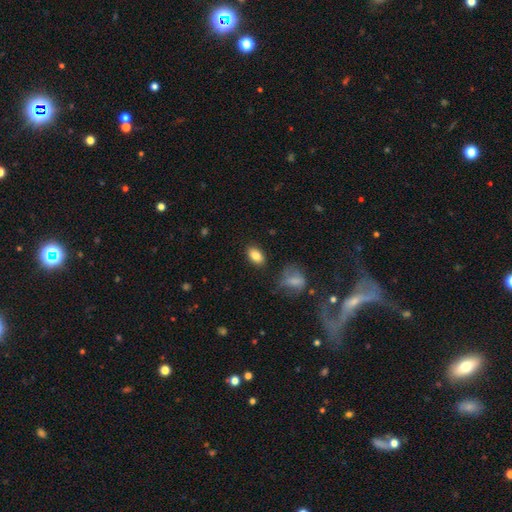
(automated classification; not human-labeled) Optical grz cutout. It shows a smooth galaxy with no disk features (84%) that is in between round and cigar-shaped (89%). Merging: none (85%).